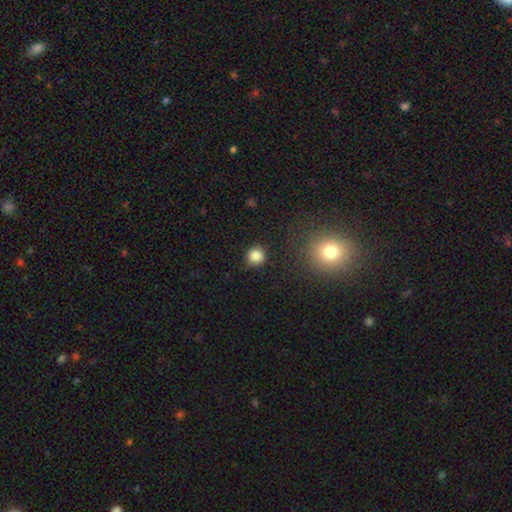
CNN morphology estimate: This appears to be a smooth galaxy with no disk features (85%) that is round (90%). Merging: none (89%).